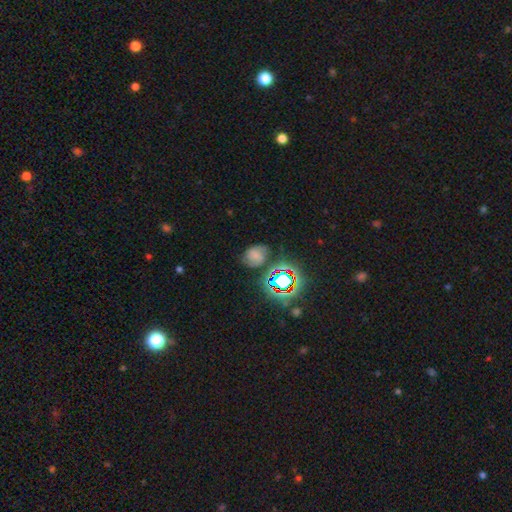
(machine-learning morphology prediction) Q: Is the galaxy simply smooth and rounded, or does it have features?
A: smooth — 51%.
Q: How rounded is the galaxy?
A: in between — 51%.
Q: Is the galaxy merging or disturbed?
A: none — 58%.